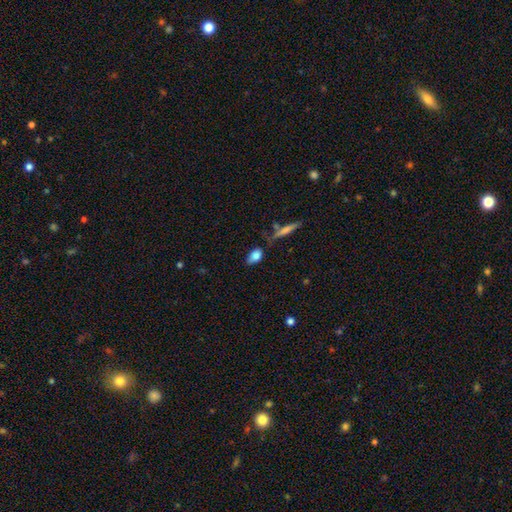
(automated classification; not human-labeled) Overall: smooth (81%). How rounded: in between (85%). Merging: none (65%).